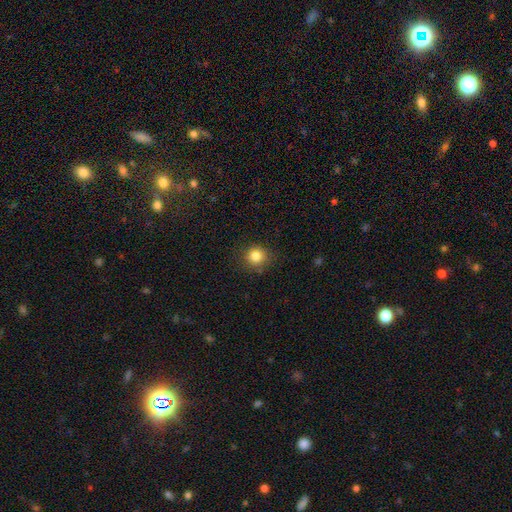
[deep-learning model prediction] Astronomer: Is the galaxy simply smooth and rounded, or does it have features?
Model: smooth — 84%.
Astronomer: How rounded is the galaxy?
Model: round — 89%.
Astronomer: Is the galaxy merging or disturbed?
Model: none — 84%.